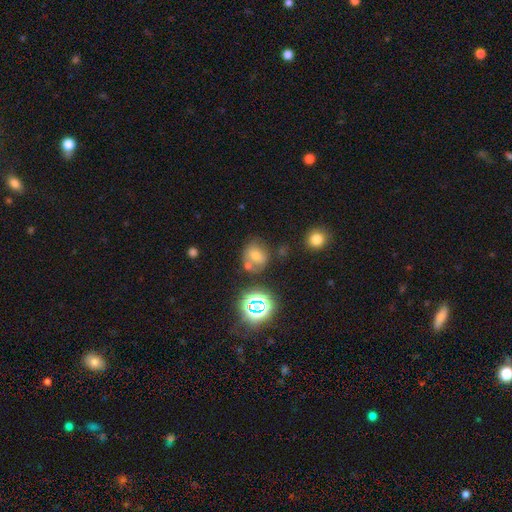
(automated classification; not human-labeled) This appears to be a smooth galaxy with no disk features (58%) that is round (68%). Merging: none (60%).